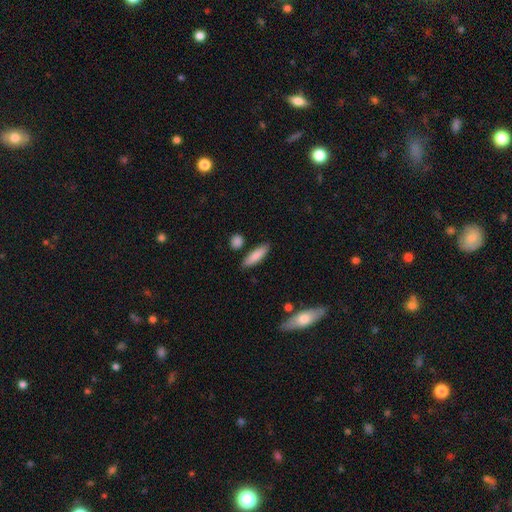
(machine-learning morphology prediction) Q: Smooth or featured?
A: smooth (84%); runner-up: featured or disk (10%)
Q: How rounded?
A: cigar-shaped (54%); runner-up: in between (44%)
Q: Merging?
A: none (83%); runner-up: minor disturbance (10%)